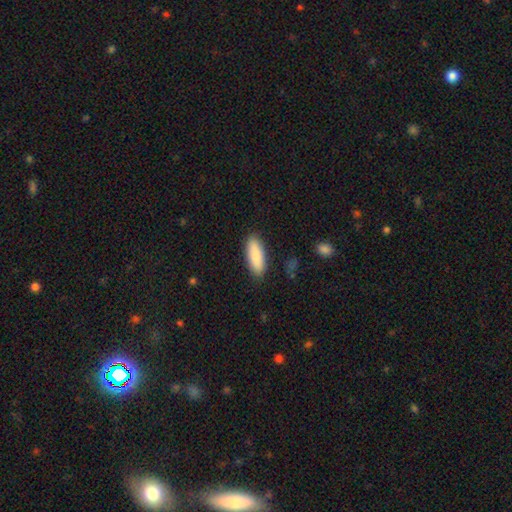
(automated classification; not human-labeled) Smooth or featured?
  - smooth: 86% *
  - featured or disk: 8%
  - star or artifact: 6%
How rounded?
  - in between: 69% *
  - cigar-shaped: 29%
  - round: 2%
Merging?
  - none: 87% *
  - minor disturbance: 10%
  - major disturbance: 2%
  - merger: 1%